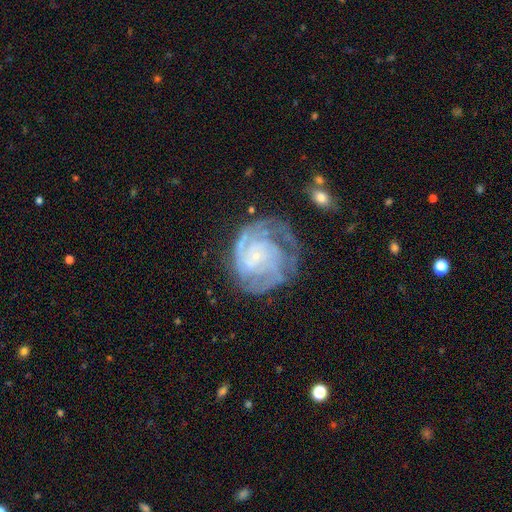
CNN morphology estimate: Smooth or featured?
  - featured or disk: 83% *
  - smooth: 11%
  - star or artifact: 6%
Edge-on disk?
  - no: 98% *
  - yes: 2%
Bar?
  - no: 71% *
  - weak: 24%
  - strong: 5%
Spiral arms?
  - yes: 93% *
  - no: 7%
Spiral winding?
  - tight: 63% *
  - medium: 29%
  - loose: 8%
Spiral arm count?
  - can't tell: 33% *
  - 2: 22%
  - 3: 21%
  - 4: 11%
  - 1: 7%
  - more than 4: 6%
Bulge size?
  - small: 81% *
  - none: 8%
  - moderate: 8%
  - large: 2%
  - dominant: 1%
Merging?
  - none: 56% *
  - minor disturbance: 21%
  - major disturbance: 20%
  - merger: 3%